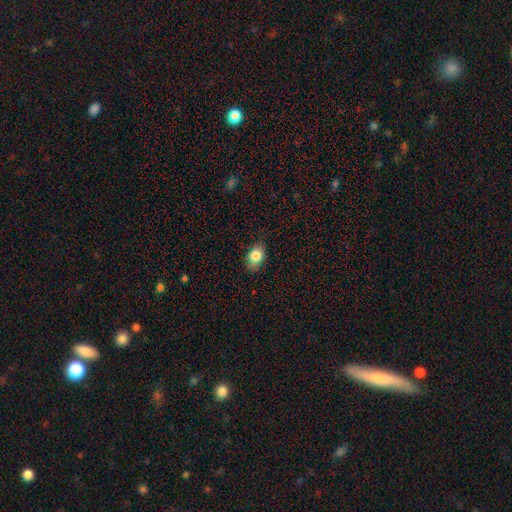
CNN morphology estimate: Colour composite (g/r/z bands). It shows a smooth galaxy with no disk features (83%) that is in between round and cigar-shaped (80%). Merging: none (80%).